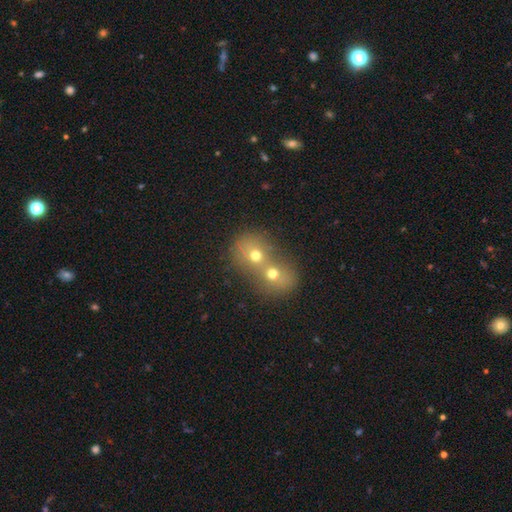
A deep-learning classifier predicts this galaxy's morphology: Smooth or featured? Predicted: smooth (p=0.61). How rounded? Predicted: round (p=0.72). Merging? Predicted: merger (p=0.76).